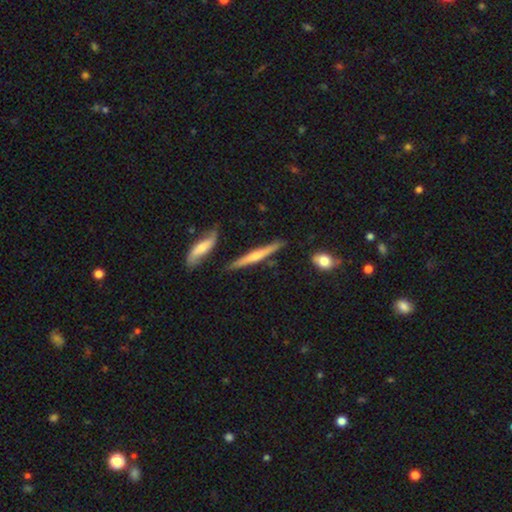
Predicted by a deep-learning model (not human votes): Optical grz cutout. It shows a featured or disk galaxy (56%) viewed edge-on (96%) with a rounded central bulge (64%). Merging: none (83%).